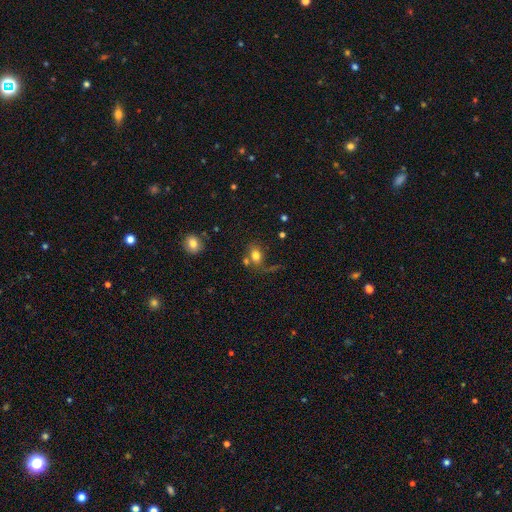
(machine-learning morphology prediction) A smooth galaxy with no disk features (77%) that is in between round and cigar-shaped (69%).

Vote fractions:
- Smooth or featured? smooth: 77% / featured or disk: 12% / star or artifact: 12%
- How rounded? in between: 69% / round: 29% / cigar-shaped: 2%
- Merging? none: 51% / merger: 22% / minor disturbance: 15% / major disturbance: 11%